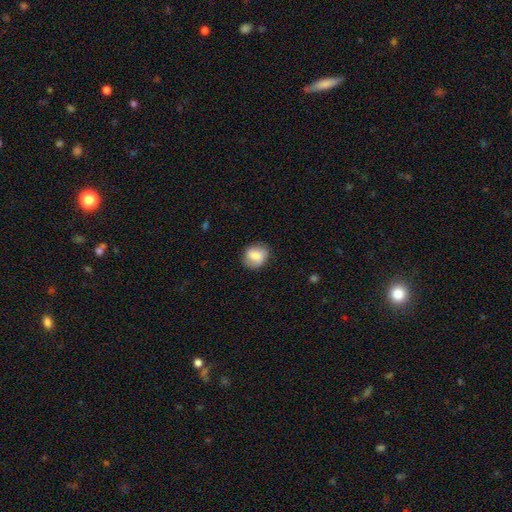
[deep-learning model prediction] Smooth or featured? smooth (69%)
How rounded? round (66%)
Merging? none (78%)